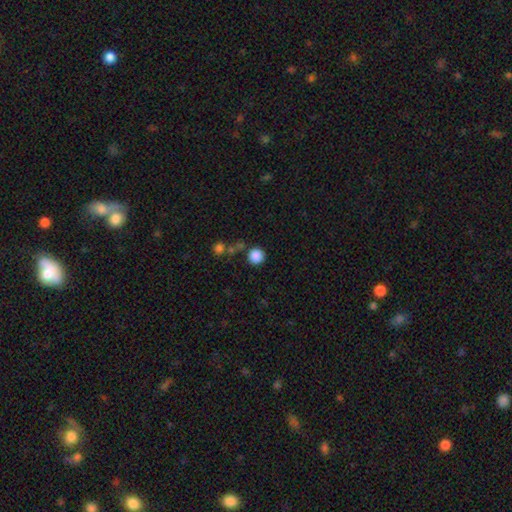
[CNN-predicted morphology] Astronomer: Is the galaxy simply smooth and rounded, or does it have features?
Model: smooth — 86%.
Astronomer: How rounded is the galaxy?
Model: round — 95%.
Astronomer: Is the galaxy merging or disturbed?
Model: none — 82%.